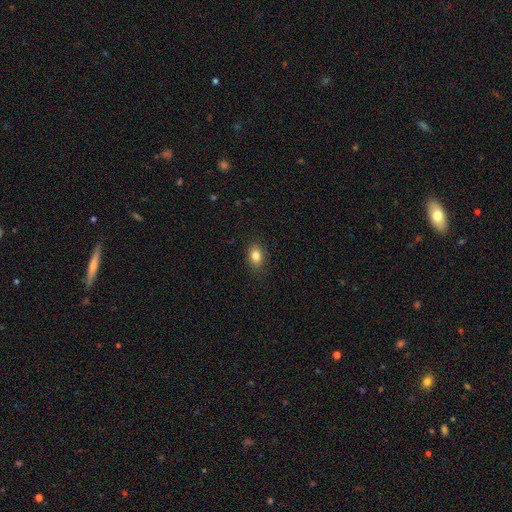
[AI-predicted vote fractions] Smooth or featured? Predicted: smooth (p=0.83). How rounded? Predicted: in between (p=0.78). Merging? Predicted: none (p=0.87).